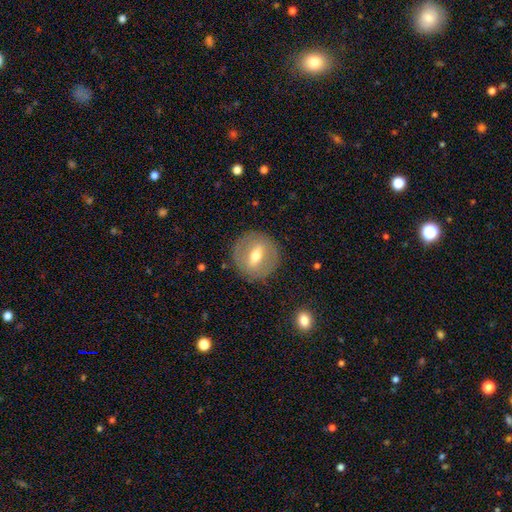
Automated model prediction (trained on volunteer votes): Morphology: type=featured or disk (53%); edge-on=no (84%); merging=none (86%).